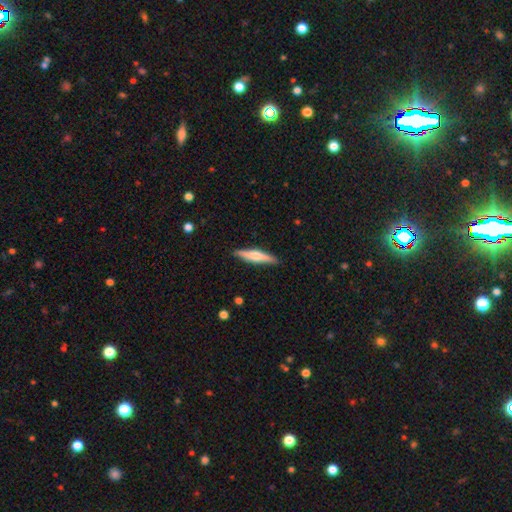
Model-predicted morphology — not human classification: featured or disk 49%, smooth 45%, star or artifact 6%. Down the decision tree: merging — none (89%).